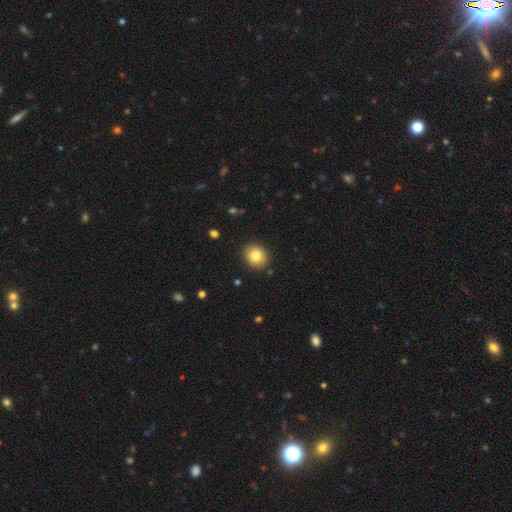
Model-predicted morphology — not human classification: smooth-or-featured: smooth: 82% | star or artifact: 9% | featured or disk: 8%
  how-rounded: round: 75% | in between: 24% | cigar-shaped: 1%
  merging: none: 90% | minor disturbance: 7% | major disturbance: 2% | merger: 1%